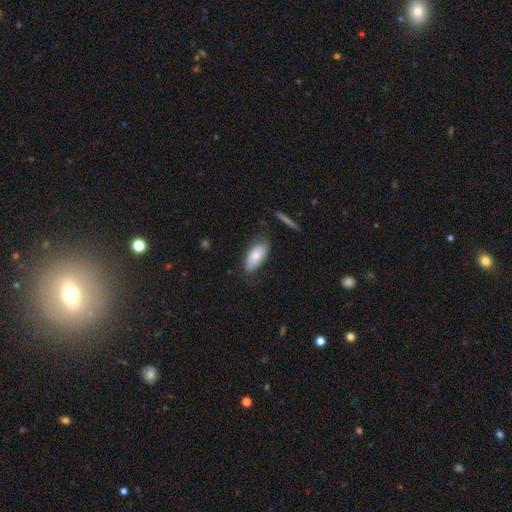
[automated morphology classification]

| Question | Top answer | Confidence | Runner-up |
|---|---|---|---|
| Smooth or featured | smooth | 75% | featured or disk (19%) |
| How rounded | in between | 91% | cigar-shaped (6%) |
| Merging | none | 69% | minor disturbance (23%) |